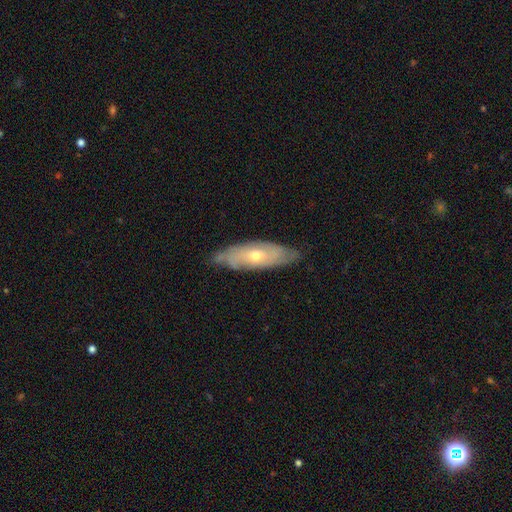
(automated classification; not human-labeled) The model was most divided on "smooth or featured": featured or disk: 63%, smooth: 30%, star or artifact: 7%. More confident: merging — none (76%); edge-on disk — no (69%).